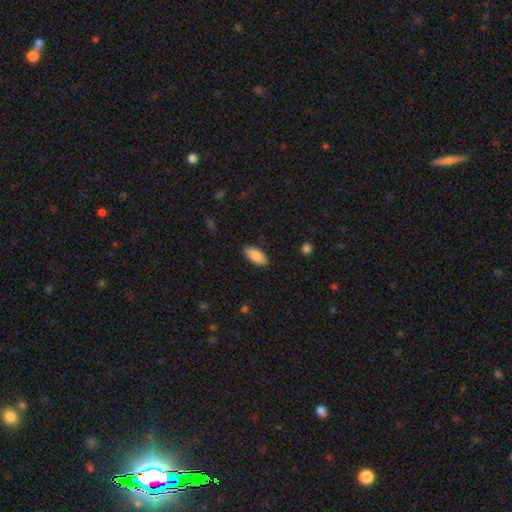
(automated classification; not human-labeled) A smooth galaxy with no disk features (87%) that is in between round and cigar-shaped (86%).

Vote fractions:
- Smooth or featured? smooth: 87% / featured or disk: 7% / star or artifact: 6%
- How rounded? in between: 86% / cigar-shaped: 12% / round: 2%
- Merging? none: 86% / minor disturbance: 11% / major disturbance: 2% / merger: 1%